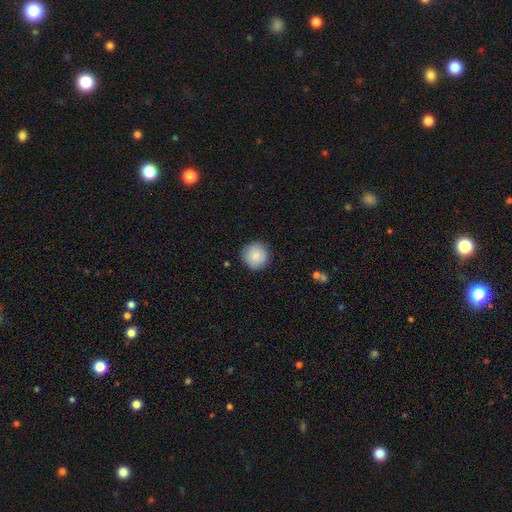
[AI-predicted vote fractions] Smooth or featured? smooth (87%)
How rounded? round (95%)
Merging? none (89%)